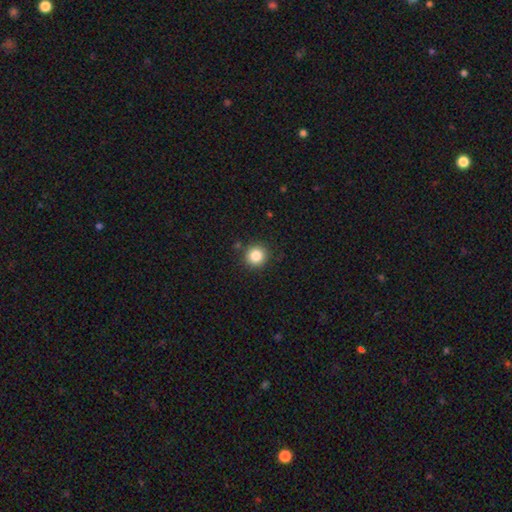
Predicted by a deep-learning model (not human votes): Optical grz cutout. It shows a smooth galaxy with no disk features (84%) that is round (92%). Merging: none (88%).